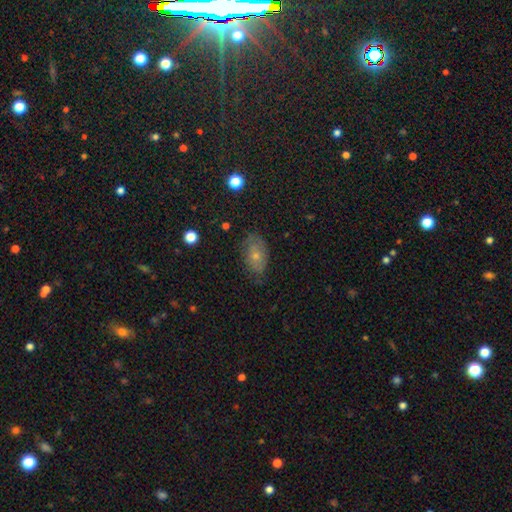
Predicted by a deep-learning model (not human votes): The model was most divided on "smooth or featured": smooth: 59%, featured or disk: 32%, star or artifact: 9%. More confident: how rounded — in between (88%); merging — none (71%).